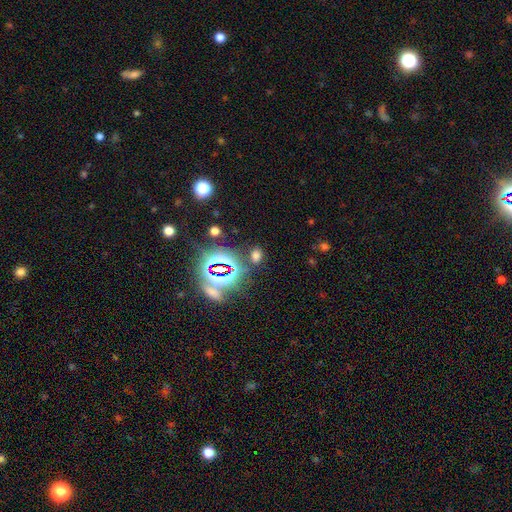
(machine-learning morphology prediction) type=smooth (52%); roundness=in between (75%); merging=none (77%).